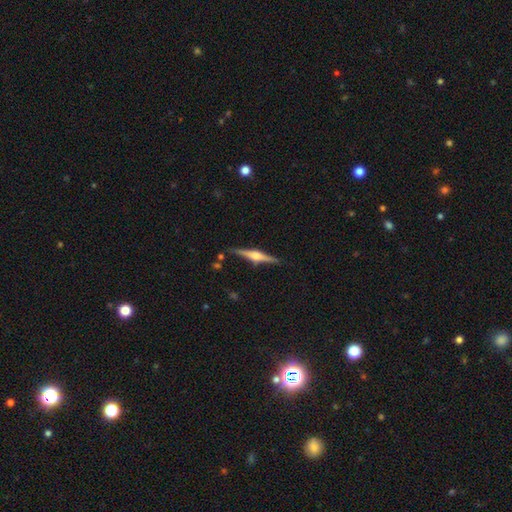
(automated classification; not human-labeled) Overall: featured or disk (80%). Edge-on disk: yes (98%). Edge-on bulge: rounded (85%). Merging: none (88%).